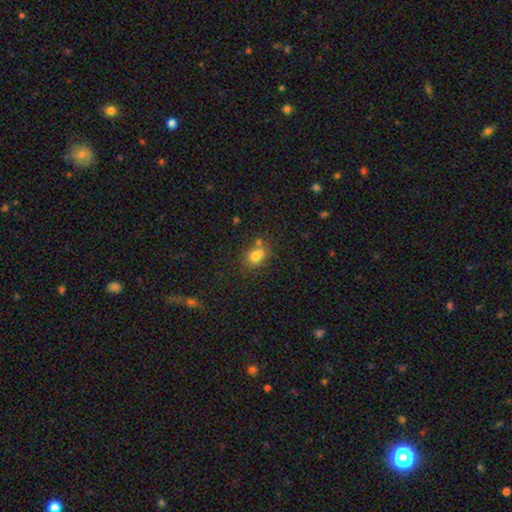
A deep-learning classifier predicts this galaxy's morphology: Smooth or featured? smooth (73%)
How rounded? in between (53%)
Merging? none (45%)